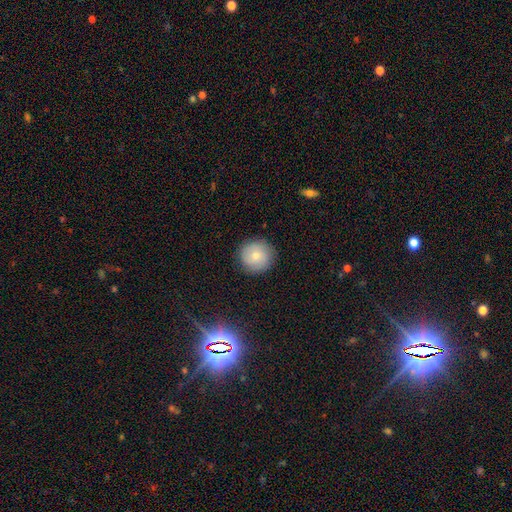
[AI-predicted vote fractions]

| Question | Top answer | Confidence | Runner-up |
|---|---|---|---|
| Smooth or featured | smooth | 70% | featured or disk (22%) |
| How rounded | round | 95% | in between (4%) |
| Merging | none | 88% | minor disturbance (8%) |